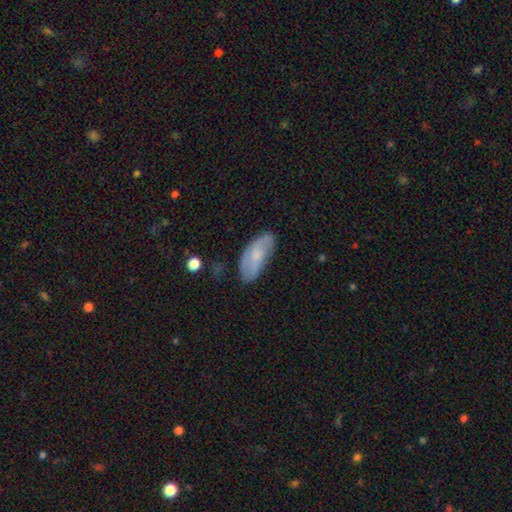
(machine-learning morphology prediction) A smooth galaxy with no disk features (57%) that is in between round and cigar-shaped (86%). Merging: none (67%).